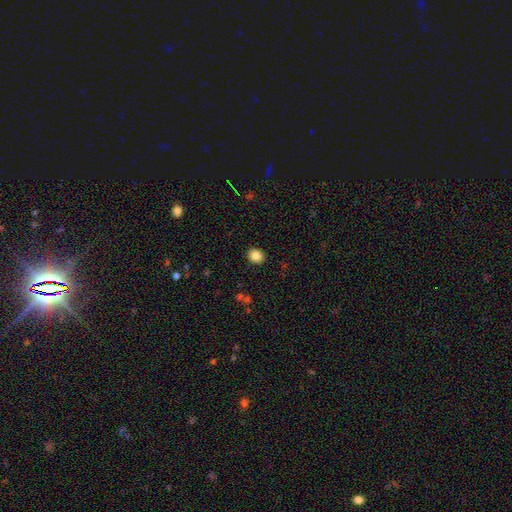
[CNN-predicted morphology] Smooth or featured? Predicted: smooth (p=0.85). How rounded? Predicted: round (p=0.68). Merging? Predicted: none (p=0.91).